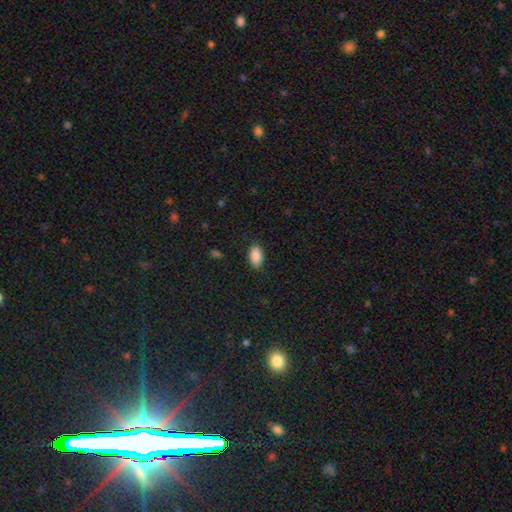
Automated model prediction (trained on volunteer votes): The model was most divided on "merging": none: 85%, minor disturbance: 12%, major disturbance: 3%, merger: 1%. More confident: how rounded — in between (91%); smooth or featured — smooth (89%).